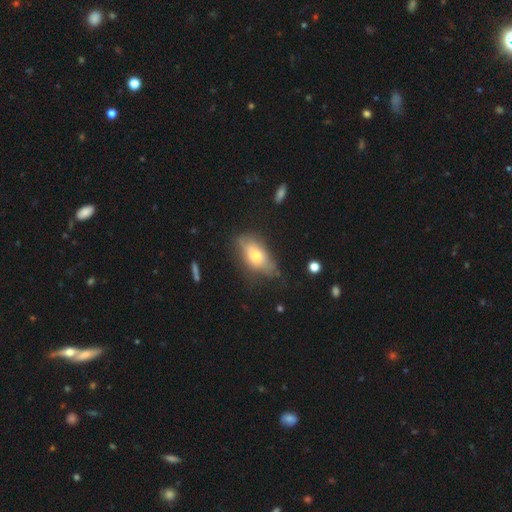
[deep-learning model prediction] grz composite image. It shows a smooth galaxy with no disk features (60%) that is in between round and cigar-shaped (85%). Merging: none (59%).